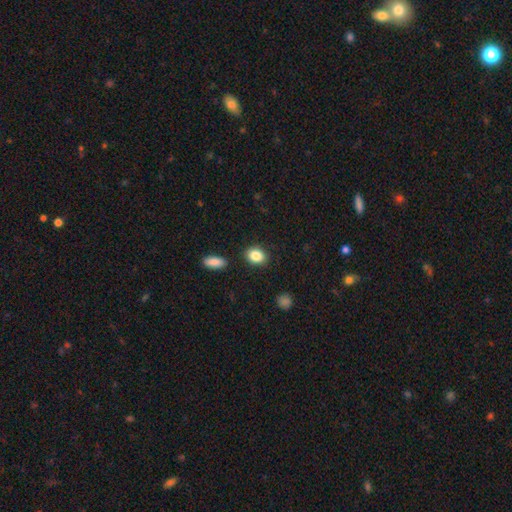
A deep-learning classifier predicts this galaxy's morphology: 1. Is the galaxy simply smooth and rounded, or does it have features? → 86% smooth, 8% star or artifact, 6% featured or disk.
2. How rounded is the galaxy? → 60% in between, 39% round, 1% cigar-shaped.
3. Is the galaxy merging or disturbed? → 86% none, 8% minor disturbance, 3% merger, 2% major disturbance.